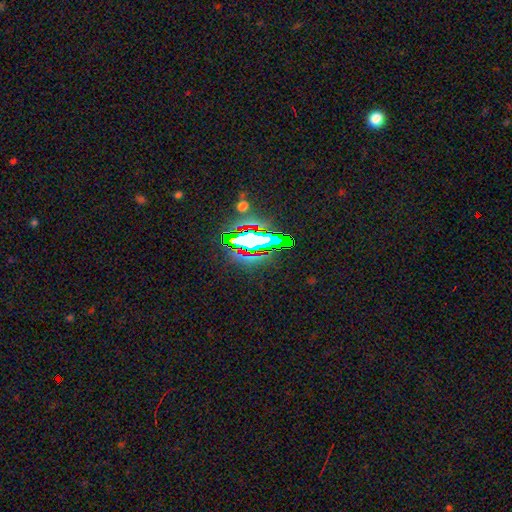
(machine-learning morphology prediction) smooth_or_featured: star or artifact (p=0.74) [alt: smooth p=0.14]